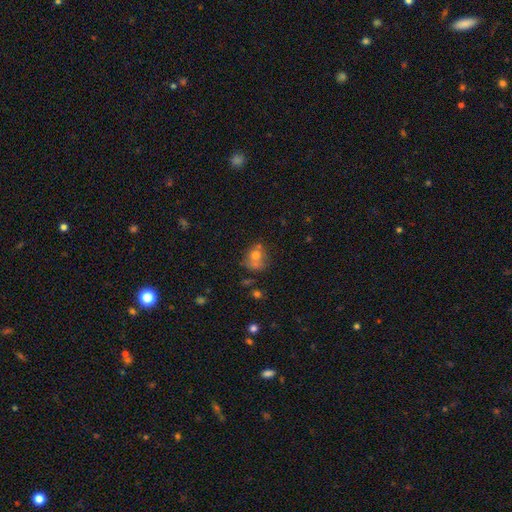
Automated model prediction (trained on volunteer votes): A smooth galaxy with no disk features (65%) that is round (65%). Merging: none (46%).